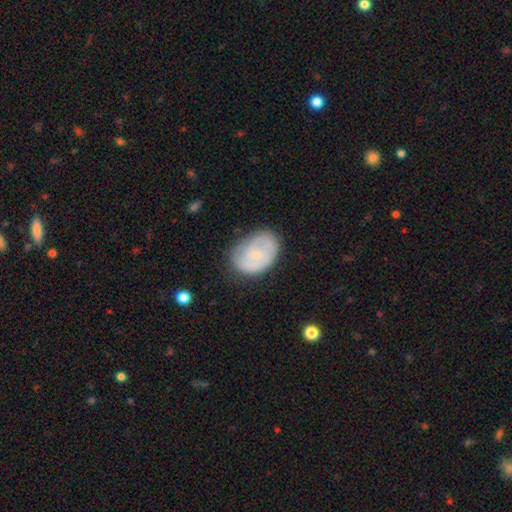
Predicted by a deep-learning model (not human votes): Morphology: type=smooth (53%); roundness=in between (77%); merging=none (65%).